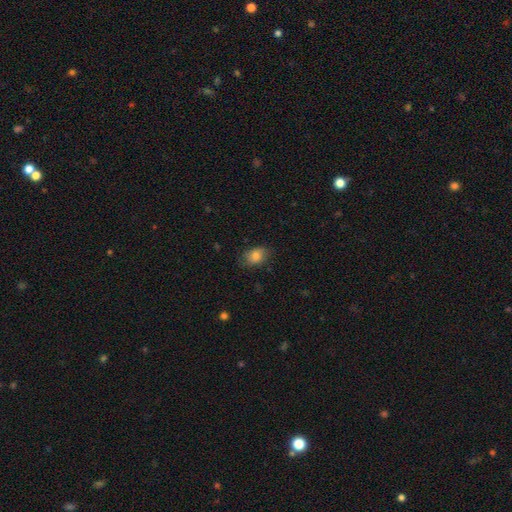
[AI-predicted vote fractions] smooth-or-featured: smooth: 80% | featured or disk: 12% | star or artifact: 8%
  how-rounded: in between: 74% | round: 25% | cigar-shaped: 1%
  merging: none: 72% | minor disturbance: 21% | major disturbance: 6% | merger: 1%